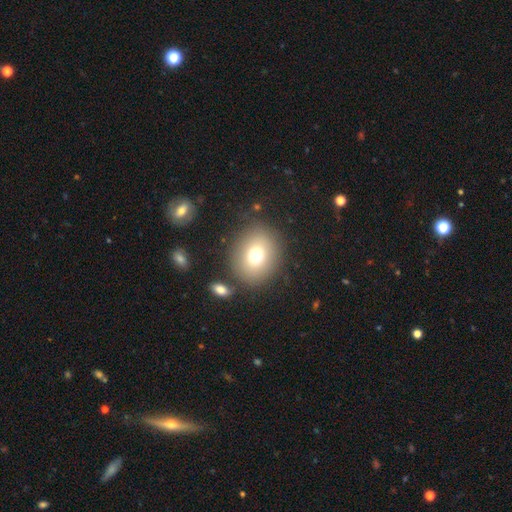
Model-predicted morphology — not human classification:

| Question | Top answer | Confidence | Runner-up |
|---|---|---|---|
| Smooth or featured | smooth | 73% | featured or disk (14%) |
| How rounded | round | 70% | in between (29%) |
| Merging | none | 81% | minor disturbance (9%) |